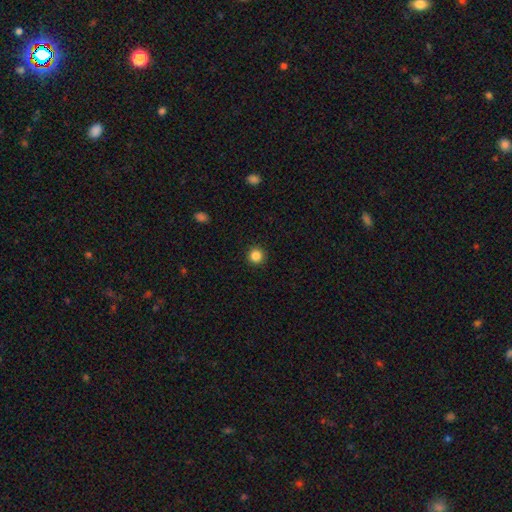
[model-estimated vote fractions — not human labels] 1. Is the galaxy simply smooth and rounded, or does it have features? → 85% smooth, 11% star or artifact, 4% featured or disk.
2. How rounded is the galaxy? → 95% round, 4% in between, 1% cigar-shaped.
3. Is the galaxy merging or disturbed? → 93% none, 5% minor disturbance, 2% major disturbance, 1% merger.